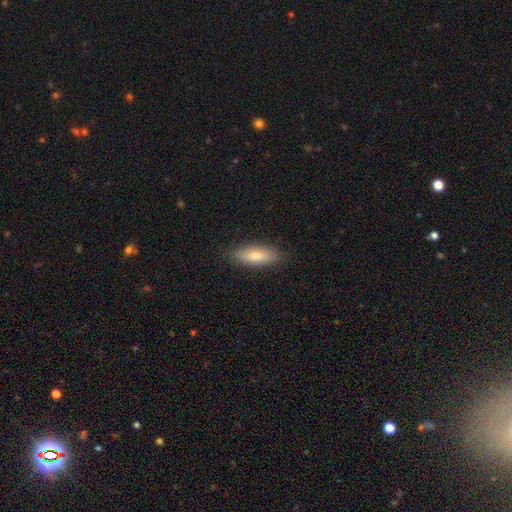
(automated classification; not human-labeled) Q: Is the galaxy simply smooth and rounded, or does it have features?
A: smooth — 79%.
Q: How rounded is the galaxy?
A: in between — 62%.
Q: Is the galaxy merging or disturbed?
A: none — 86%.